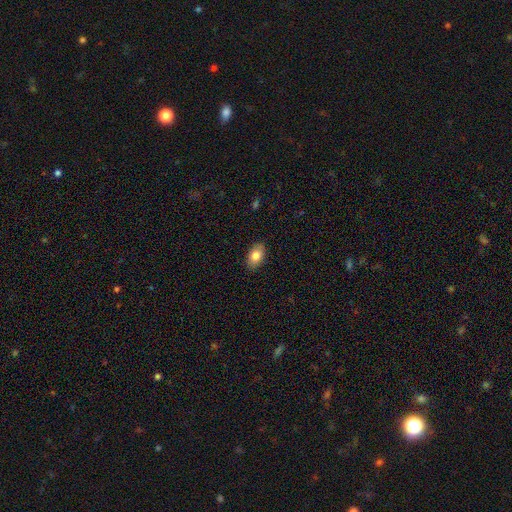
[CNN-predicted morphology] Smooth or featured?
  - smooth: 83% *
  - featured or disk: 10%
  - star or artifact: 7%
How rounded?
  - in between: 90% *
  - round: 8%
  - cigar-shaped: 2%
Merging?
  - none: 88% *
  - minor disturbance: 9%
  - major disturbance: 2%
  - merger: 1%